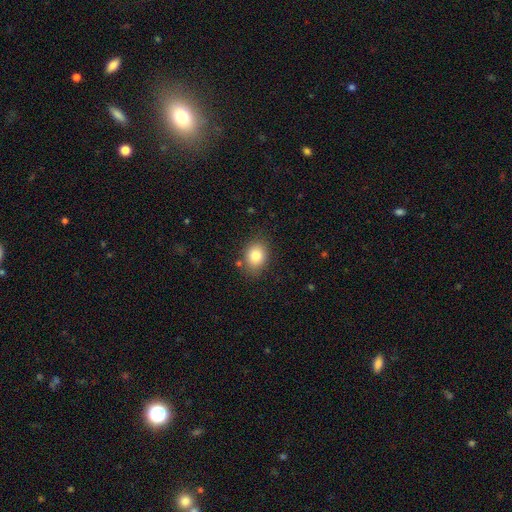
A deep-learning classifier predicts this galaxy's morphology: The model was most divided on "how rounded": in between: 54%, round: 45%, cigar-shaped: 1%. More confident: smooth or featured — smooth (82%); merging — none (81%).